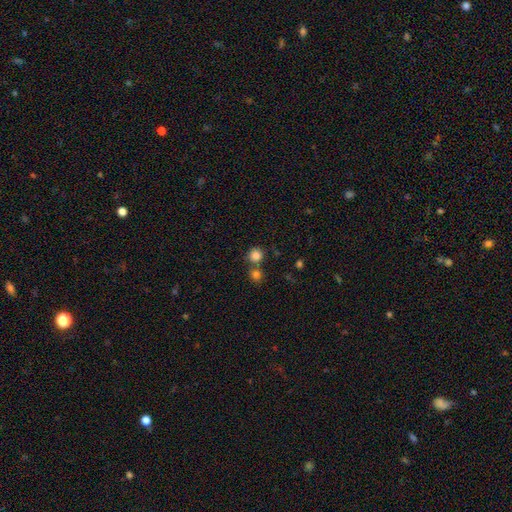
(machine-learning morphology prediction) A smooth galaxy with no disk features (82%) that is round (91%). Merging: none (63%).